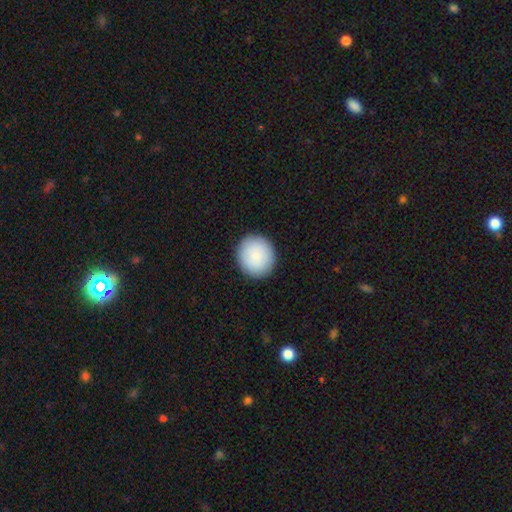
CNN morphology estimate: Smooth or featured?
  - smooth: 89% *
  - star or artifact: 6%
  - featured or disk: 5%
How rounded?
  - round: 82% *
  - in between: 17%
  - cigar-shaped: 1%
Merging?
  - none: 91% *
  - minor disturbance: 7%
  - major disturbance: 2%
  - merger: 1%